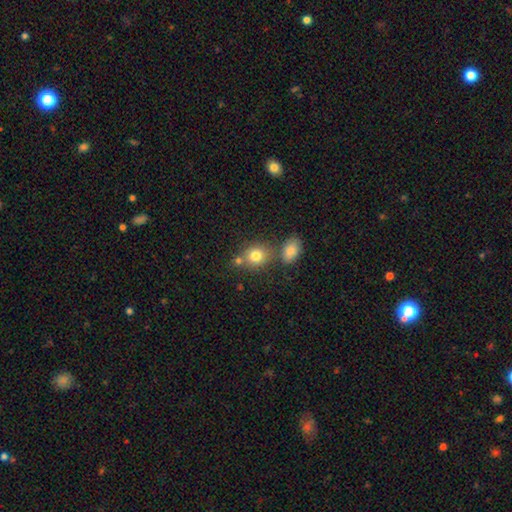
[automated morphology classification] The model was most divided on "how rounded": round: 63%, in between: 36%, cigar-shaped: 1%. More confident: smooth or featured — smooth (79%); merging — none (56%).